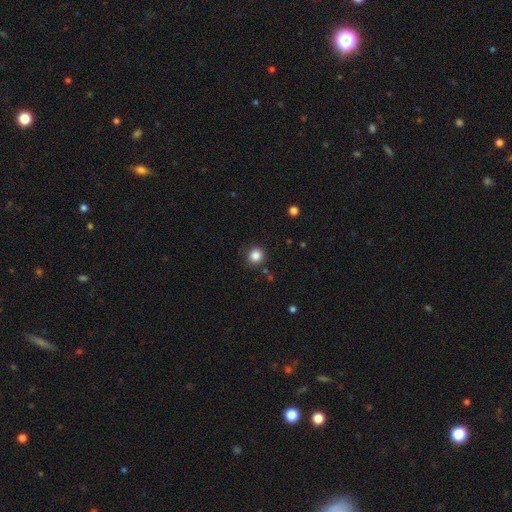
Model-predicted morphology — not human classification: Q: Smooth or featured?
A: smooth (85%); runner-up: star or artifact (11%)
Q: How rounded?
A: round (90%); runner-up: in between (9%)
Q: Merging?
A: none (88%); runner-up: minor disturbance (8%)